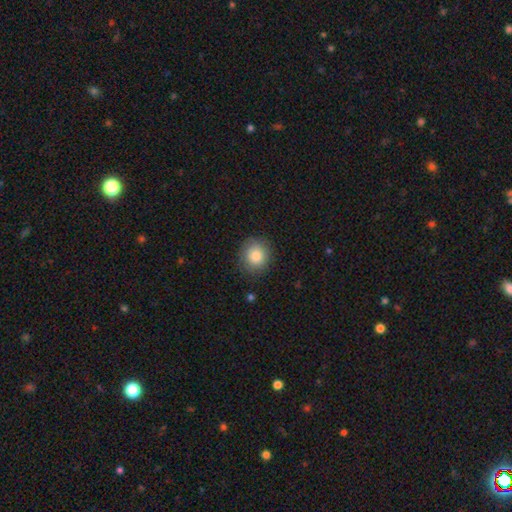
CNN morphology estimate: Smooth or featured? smooth (84%)
How rounded? round (88%)
Merging? none (85%)